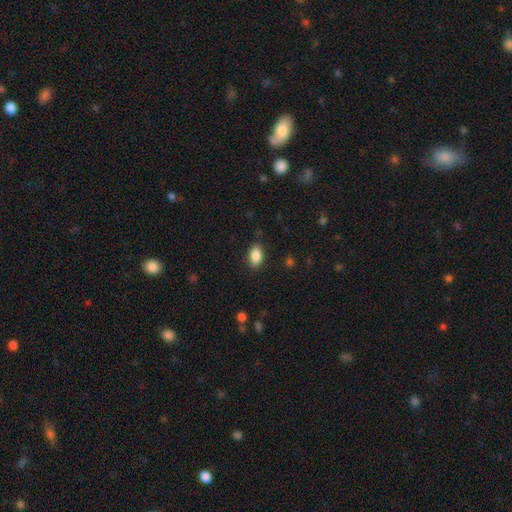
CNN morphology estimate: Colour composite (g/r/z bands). It shows a smooth galaxy with no disk features (87%) that is in between round and cigar-shaped (90%). Merging: none (86%).